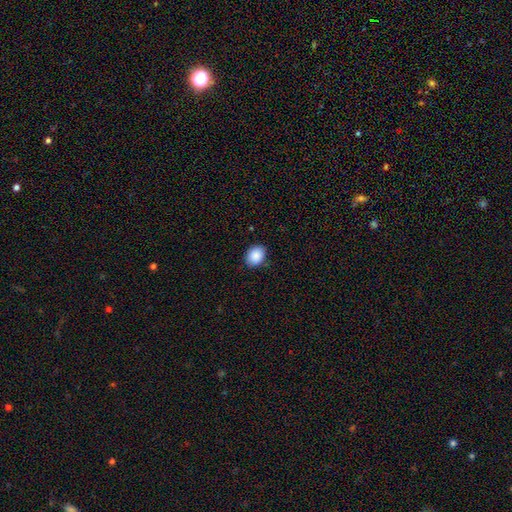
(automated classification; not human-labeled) Smooth or featured? smooth (90%)
How rounded? in between (55%)
Merging? none (87%)